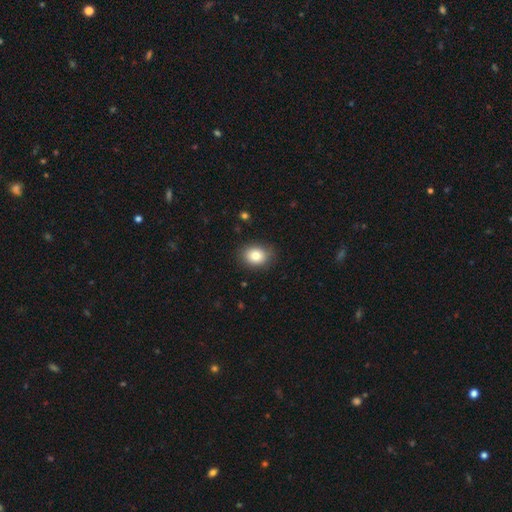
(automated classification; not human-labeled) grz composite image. It shows a smooth galaxy with no disk features (82%) that is in between round and cigar-shaped (52%). Merging: none (86%).